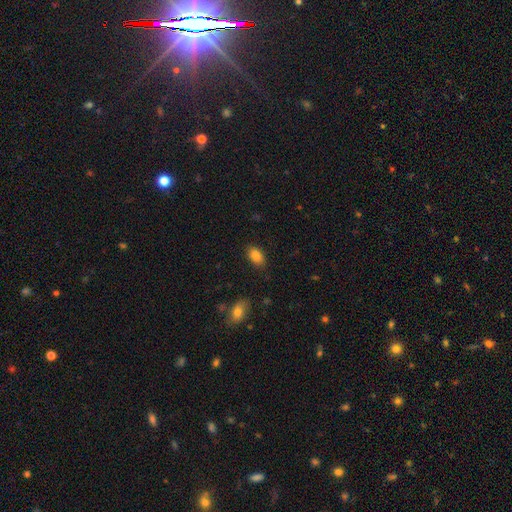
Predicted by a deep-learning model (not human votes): This is clearly a smooth galaxy (84%). How rounded: clearly in between (89%). Merging: clearly none (86%).